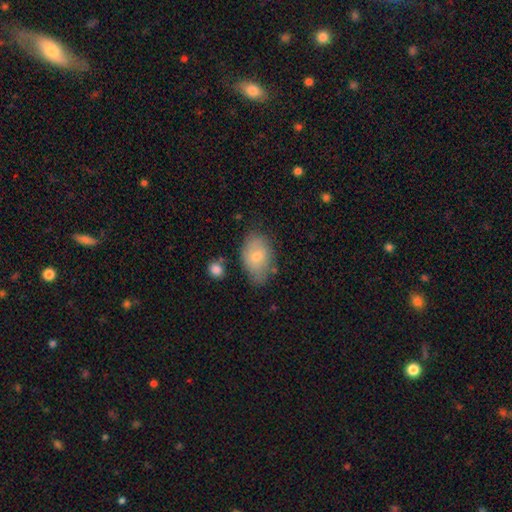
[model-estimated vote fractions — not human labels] A smooth galaxy with no disk features (69%) that is in between round and cigar-shaped (90%).

Vote fractions:
- Smooth or featured? smooth: 69% / featured or disk: 23% / star or artifact: 8%
- How rounded? in between: 90% / round: 8% / cigar-shaped: 2%
- Merging? none: 68% / minor disturbance: 24% / major disturbance: 5% / merger: 4%